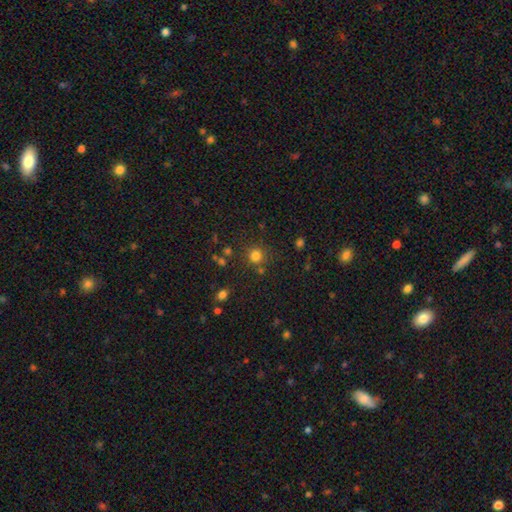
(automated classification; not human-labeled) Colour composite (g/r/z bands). It shows a smooth galaxy with no disk features (78%) that is round (92%). Merging: none (80%).